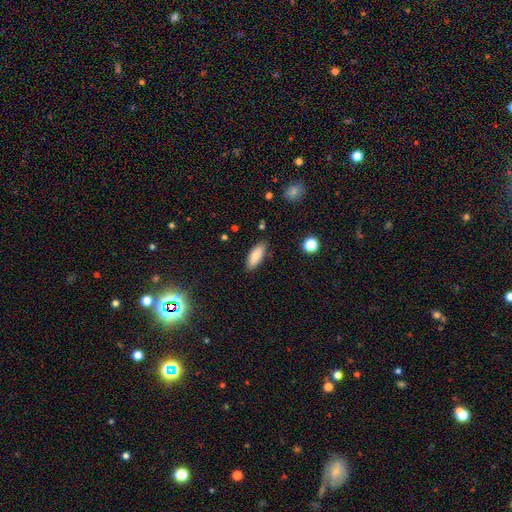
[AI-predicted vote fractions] smooth_or_featured: smooth (p=0.84) [alt: featured or disk p=0.09]
how_rounded: in between (p=0.74) [alt: cigar-shaped p=0.24]
merging: none (p=0.85) [alt: minor disturbance p=0.11]